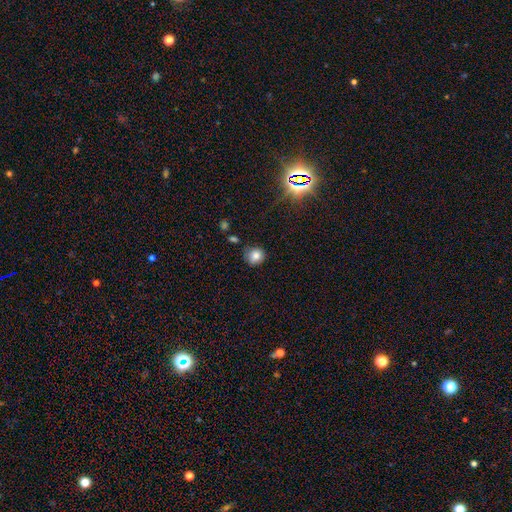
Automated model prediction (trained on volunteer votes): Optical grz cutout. It shows a smooth galaxy with no disk features (80%) that is round (87%). Merging: none (78%).